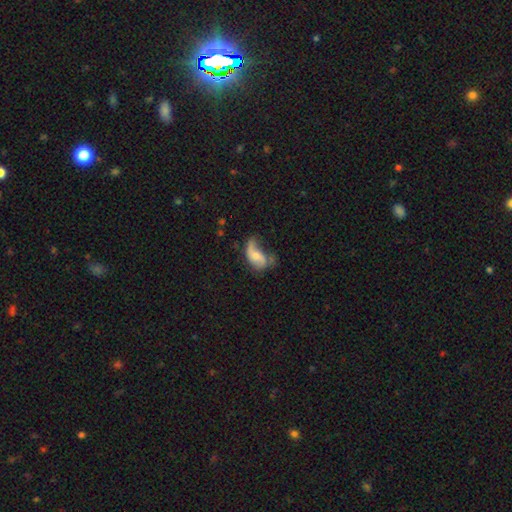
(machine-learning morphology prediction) A featured or disk galaxy (50%). Merging: major disturbance (38%).